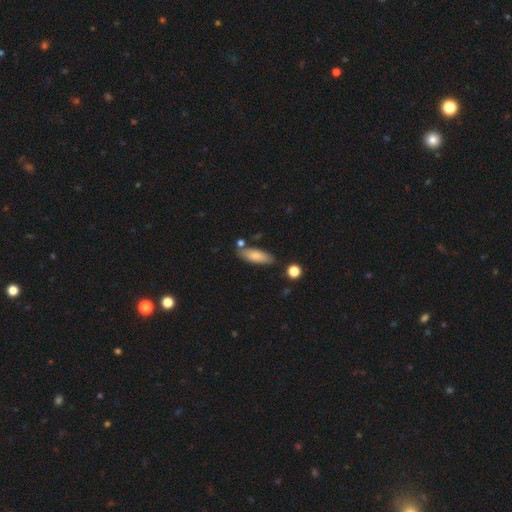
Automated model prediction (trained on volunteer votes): smooth-or-featured: smooth: 80% | featured or disk: 13% | star or artifact: 7%
  how-rounded: in between: 58% | cigar-shaped: 40% | round: 2%
  merging: none: 76% | minor disturbance: 14% | merger: 7% | major disturbance: 3%